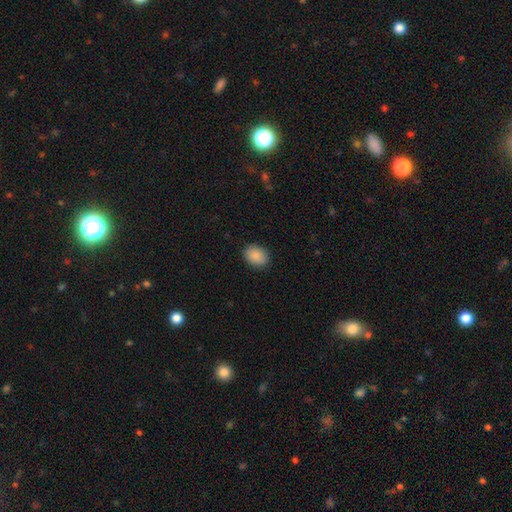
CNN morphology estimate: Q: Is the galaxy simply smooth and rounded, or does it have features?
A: smooth — 89%.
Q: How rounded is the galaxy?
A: in between — 66%.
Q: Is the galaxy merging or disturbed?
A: none — 88%.